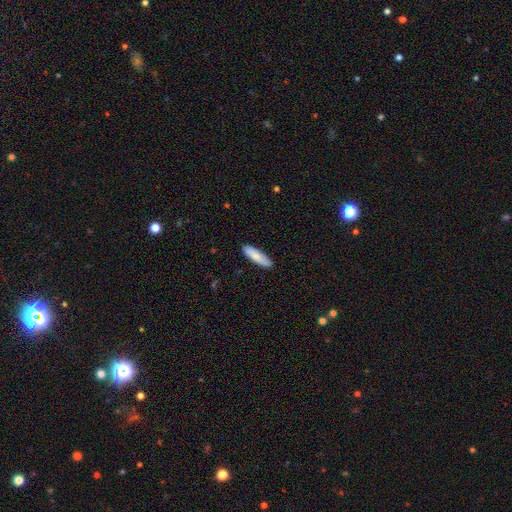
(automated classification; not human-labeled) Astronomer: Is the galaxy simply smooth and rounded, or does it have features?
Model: smooth — 82%.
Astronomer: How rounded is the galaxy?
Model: cigar-shaped — 60% (runner-up: in between, 38%).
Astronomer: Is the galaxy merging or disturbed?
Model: none — 89%.